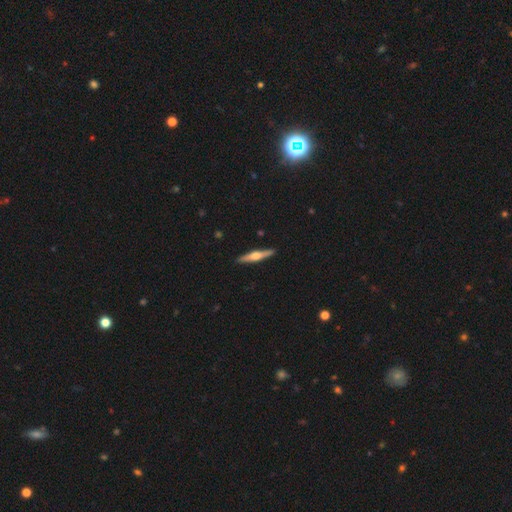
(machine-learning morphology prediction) Overall: featured or disk (66%; smooth 29%). Edge-on disk: yes (97%). Edge-on bulge: rounded (92%). Merging: none (92%).